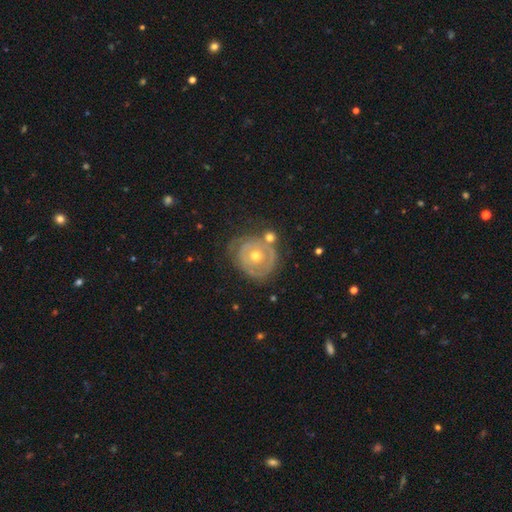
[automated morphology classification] Smooth or featured: featured or disk — 76% (smooth — 18%)
Edge-on disk: no — 97% (yes — 3%)
Bar: no — 85% (weak — 11%)
Spiral arms: yes — 71% (no — 29%)
Spiral winding: tight — 78% (medium — 16%)
Spiral arm count: can't tell — 39% (2 — 31%)
Bulge size: moderate — 63% (small — 33%)
Merging: none — 63% (minor disturbance — 20%)